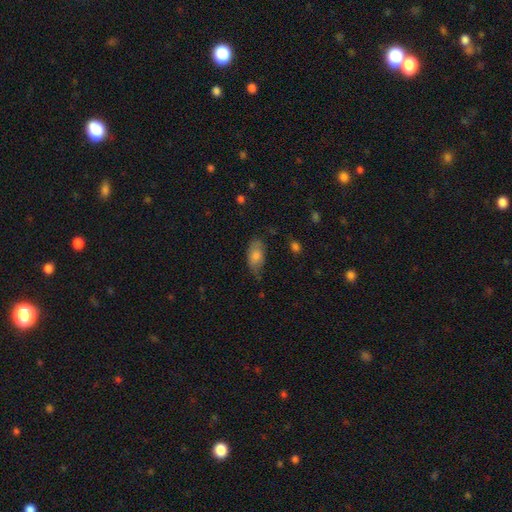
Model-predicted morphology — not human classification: Overall: smooth (75%). How rounded: in between (89%). Merging: none (60%; minor disturbance 30%).